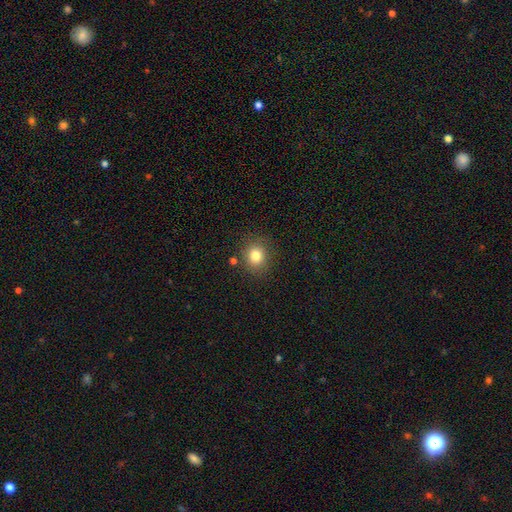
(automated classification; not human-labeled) smooth-or-featured: smooth: 81% | star or artifact: 12% | featured or disk: 7%
  how-rounded: round: 80% | in between: 19% | cigar-shaped: 1%
  merging: none: 84% | minor disturbance: 9% | merger: 4% | major disturbance: 3%